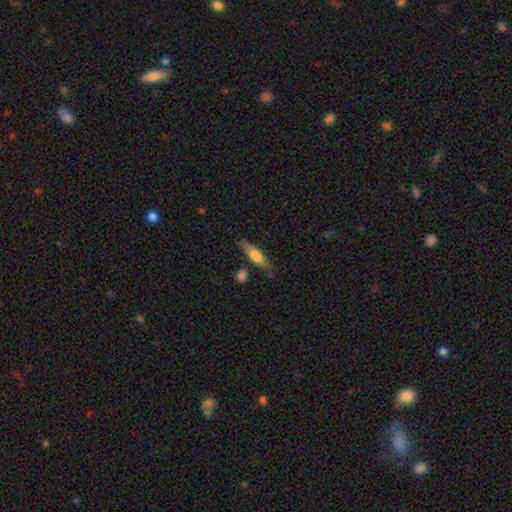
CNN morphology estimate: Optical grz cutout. It shows a smooth galaxy with no disk features (50%) that is cigar-shaped (69%). Merging: none (72%).